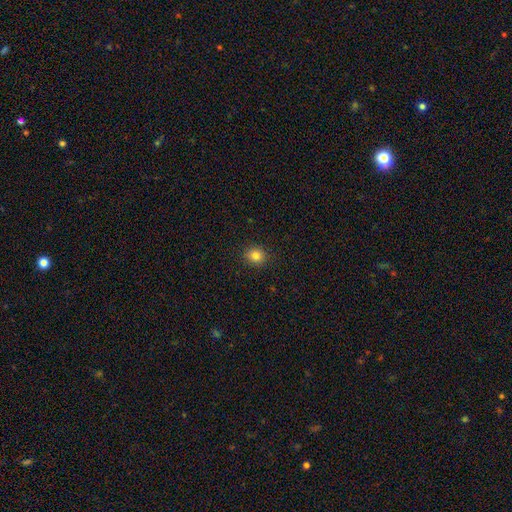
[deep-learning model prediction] A smooth galaxy with no disk features (83%) that is round (81%). Merging: none (91%).